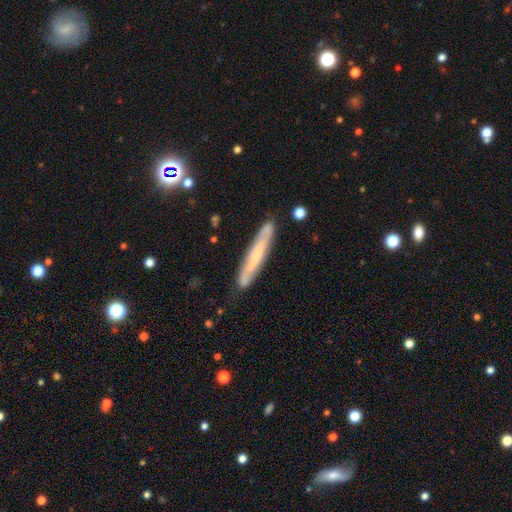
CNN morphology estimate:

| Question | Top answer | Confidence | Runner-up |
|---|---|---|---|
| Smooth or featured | featured or disk | 48% | smooth (45%) |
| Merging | none | 81% | minor disturbance (14%) |